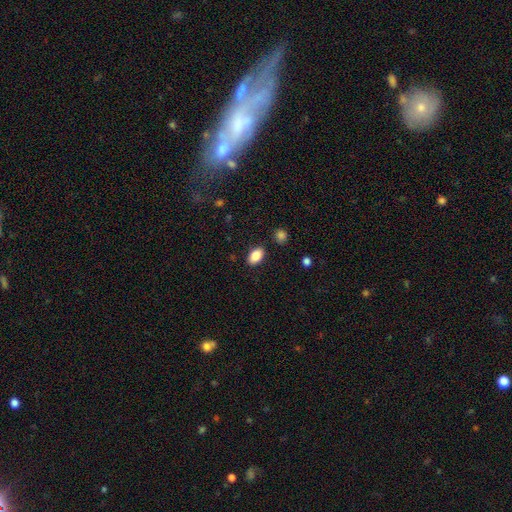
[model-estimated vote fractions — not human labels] This appears to be a smooth galaxy with no disk features (86%) that is in between round and cigar-shaped (89%). Merging: none (87%).